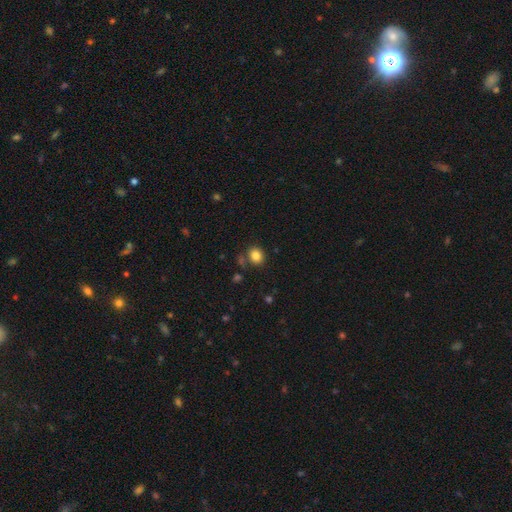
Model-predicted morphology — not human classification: type=smooth (84%); roundness=round (67%); merging=none (78%).